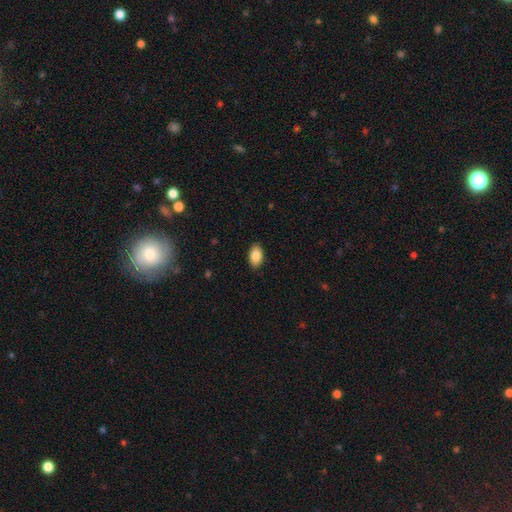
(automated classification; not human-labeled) A smooth galaxy with no disk features (88%) that is in between round and cigar-shaped (92%). Merging: none (88%).